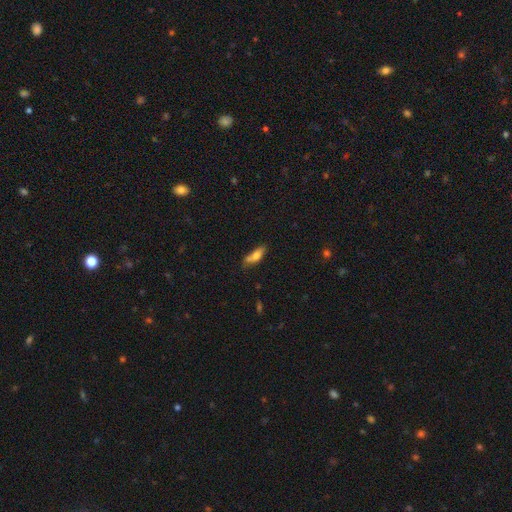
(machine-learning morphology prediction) Smooth or featured: smooth — 73% (featured or disk — 19%)
How rounded: in between — 59% (cigar-shaped — 38%)
Merging: none — 50% (minor disturbance — 27%)